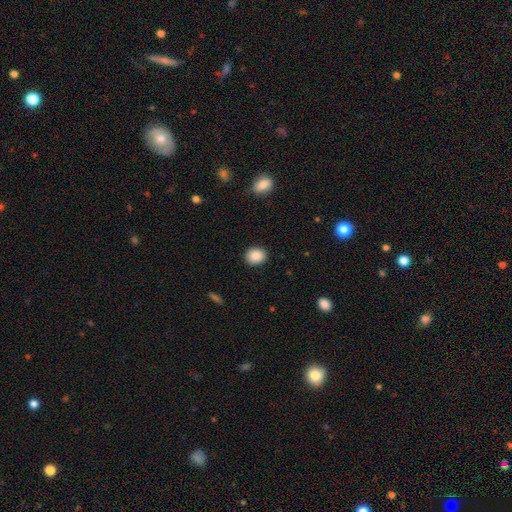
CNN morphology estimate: Smooth or featured?
  - smooth: 88% *
  - star or artifact: 8%
  - featured or disk: 3%
How rounded?
  - round: 69% *
  - in between: 30%
  - cigar-shaped: 1%
Merging?
  - none: 90% *
  - minor disturbance: 7%
  - major disturbance: 2%
  - merger: 1%